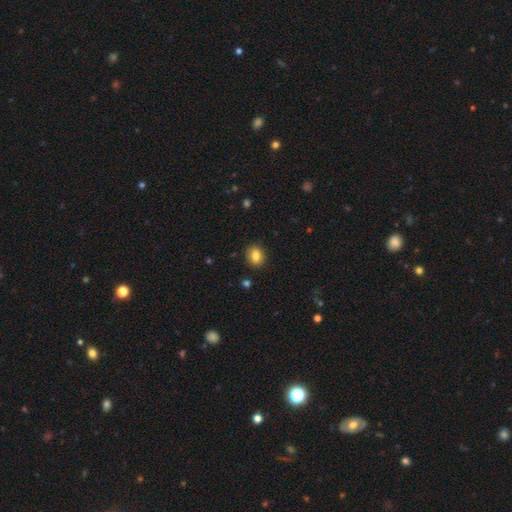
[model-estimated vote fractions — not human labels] Smooth or featured? Predicted: smooth (p=0.83). How rounded? Predicted: in between (p=0.54). Merging? Predicted: none (p=0.88).